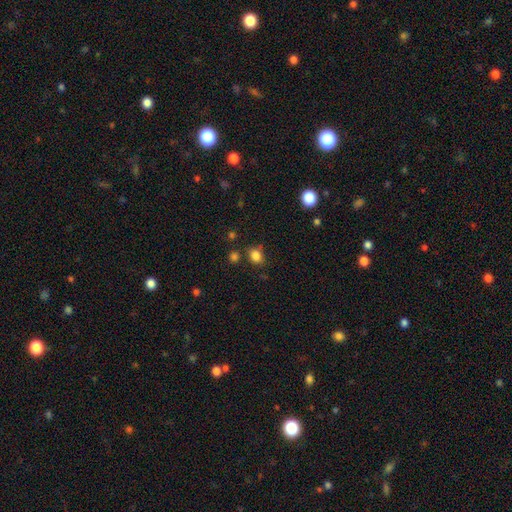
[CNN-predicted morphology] smooth_or_featured: smooth (p=0.82) [alt: star or artifact p=0.13]
how_rounded: in between (p=0.51) [alt: round p=0.48]
merging: none (p=0.75) [alt: minor disturbance p=0.14]